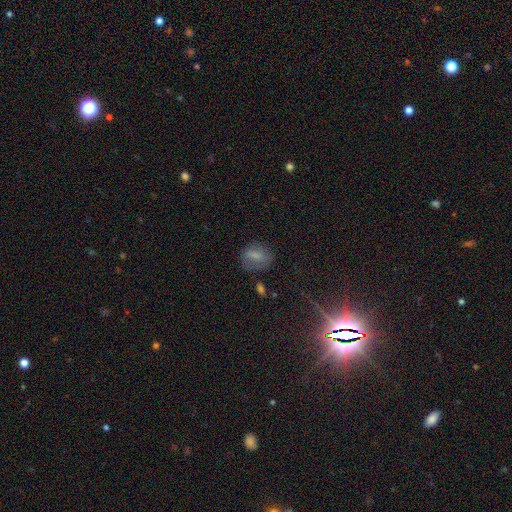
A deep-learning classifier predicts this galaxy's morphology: A smooth galaxy with no disk features (69%) that is in between round and cigar-shaped (54%).

Vote fractions:
- Smooth or featured? smooth: 69% / featured or disk: 19% / star or artifact: 12%
- How rounded? in between: 54% / round: 43% / cigar-shaped: 3%
- Merging? none: 72% / minor disturbance: 19% / major disturbance: 7% / merger: 2%